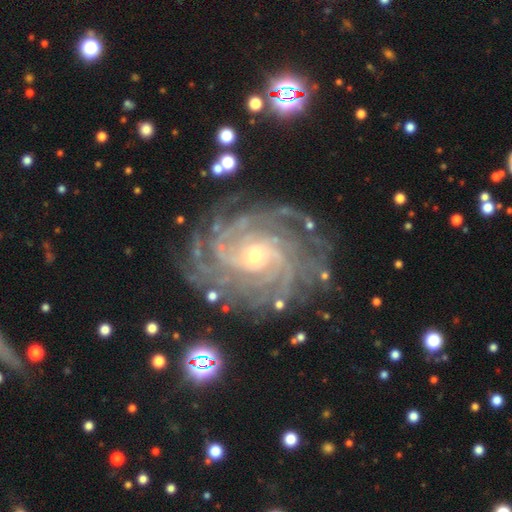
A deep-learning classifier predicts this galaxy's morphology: Smooth or featured: featured or disk — 92% (star or artifact — 5%)
Edge-on disk: no — 98% (yes — 2%)
Bar: no — 66% (weak — 25%)
Spiral arms: yes — 99% (no — 1%)
Spiral winding: tight — 76% (medium — 20%)
Spiral arm count: more than 4 — 35% (4 — 21%)
Bulge size: small — 72% (moderate — 25%)
Merging: none — 80% (minor disturbance — 13%)